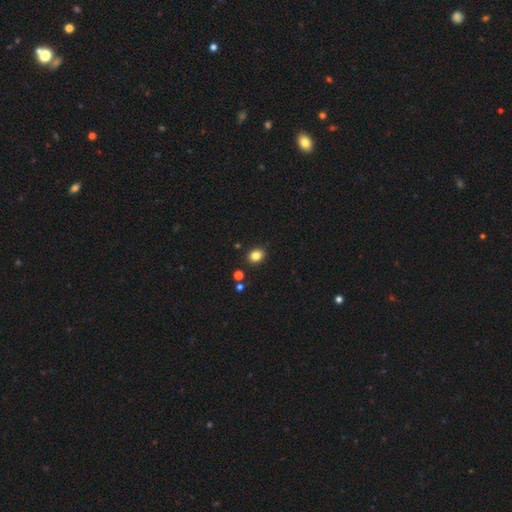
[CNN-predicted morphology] Smooth or featured? Predicted: smooth (p=0.84). How rounded? Predicted: round (p=0.55). Merging? Predicted: none (p=0.87).